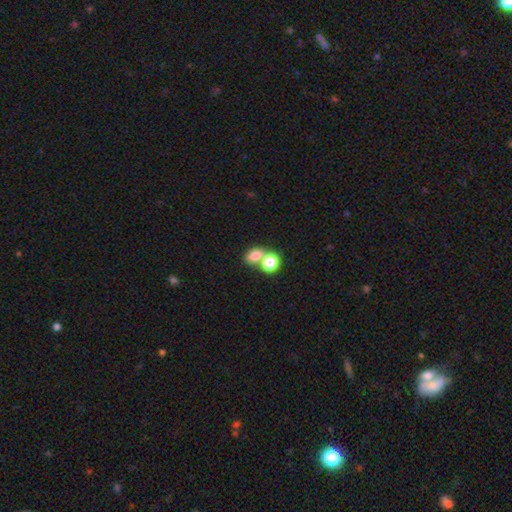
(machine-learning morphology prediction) Overall: smooth (76%). How rounded: in between (63%; round 35%). Merging: merger (48%; none 39%).